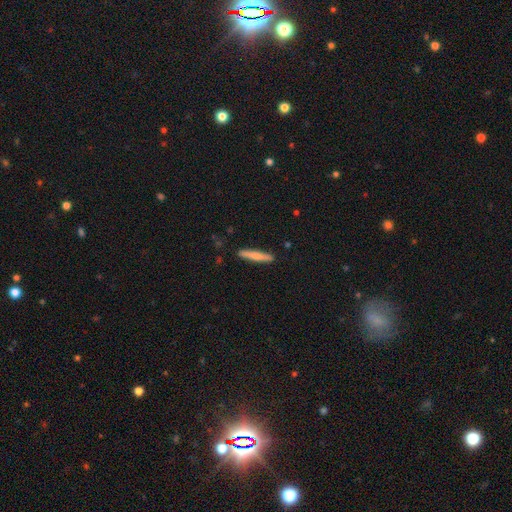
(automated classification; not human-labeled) Overall: smooth (65%; featured or disk 30%). How rounded: cigar-shaped (93%). Merging: none (90%).